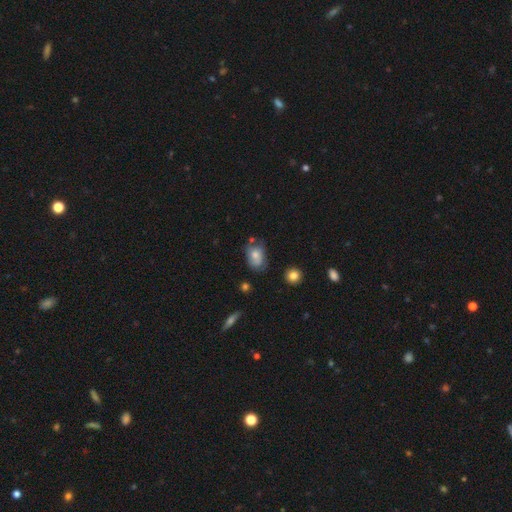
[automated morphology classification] A smooth galaxy with no disk features (63%) that is in between round and cigar-shaped (75%). Merging: none (52%).